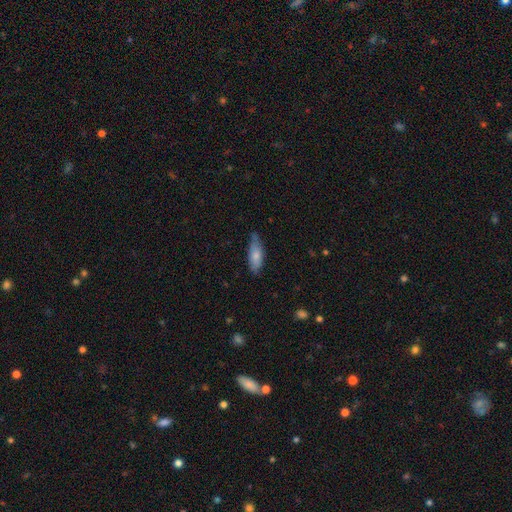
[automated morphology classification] Smooth or featured? Predicted: smooth (p=0.74). How rounded? Predicted: in between (p=0.67). Merging? Predicted: none (p=0.64).